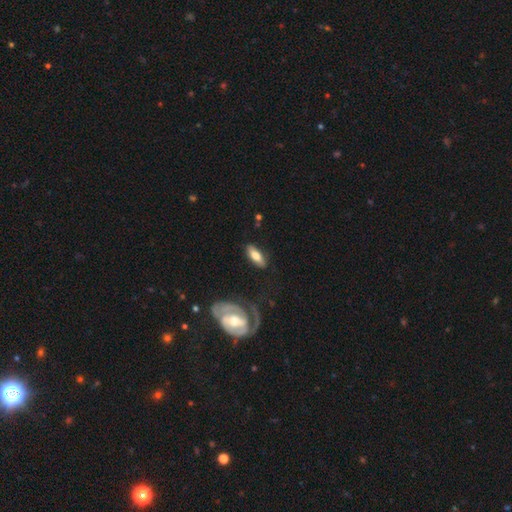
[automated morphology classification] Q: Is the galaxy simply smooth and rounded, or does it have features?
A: smooth — 65%.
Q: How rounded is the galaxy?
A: in between — 70%.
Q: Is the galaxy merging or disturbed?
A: none — 82%.